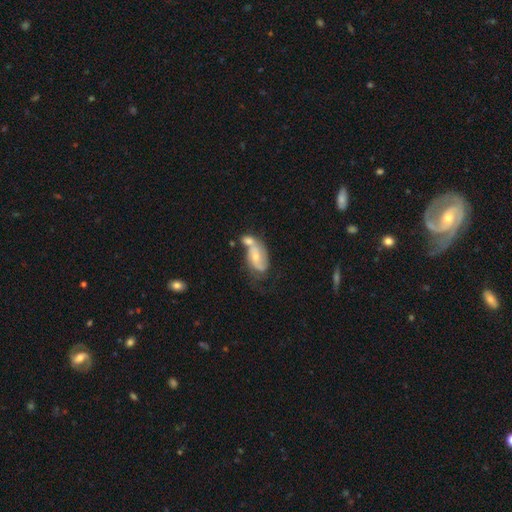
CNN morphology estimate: Smooth or featured: featured or disk — 59% (smooth — 33%)
Edge-on disk: no — 95% (yes — 5%)
Bar: no — 62% (weak — 28%)
Spiral arms: yes — 75% (no — 25%)
Bulge size: moderate — 50% (small — 44%)
Merging: merger — 52% (none — 23%)